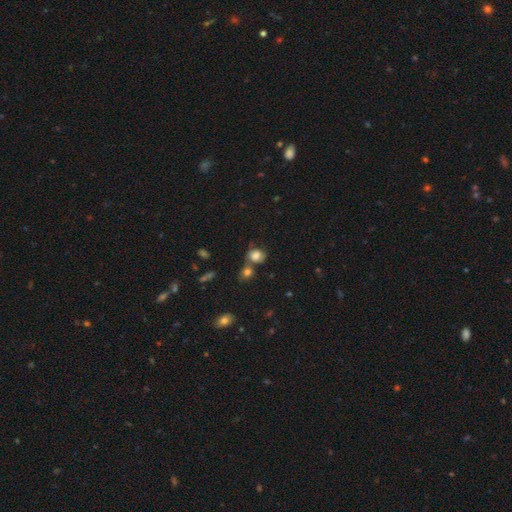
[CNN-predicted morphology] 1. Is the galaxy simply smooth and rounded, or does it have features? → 78% smooth, 12% star or artifact, 10% featured or disk.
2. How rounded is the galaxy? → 69% round, 29% in between, 1% cigar-shaped.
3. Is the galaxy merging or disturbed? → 49% none, 27% merger, 17% minor disturbance, 7% major disturbance.